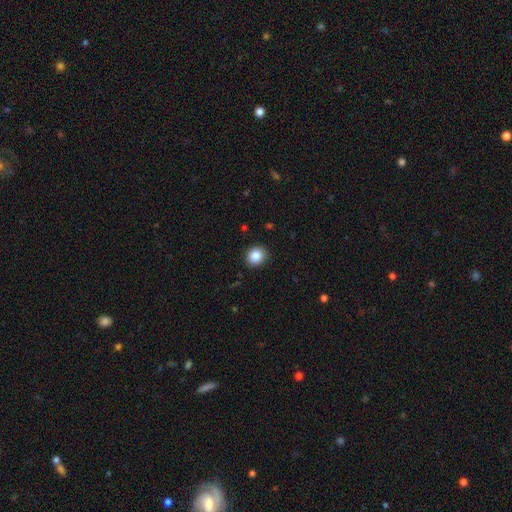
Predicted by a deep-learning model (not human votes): smooth_or_featured: smooth (p=0.86) [alt: star or artifact p=0.09]
how_rounded: round (p=0.76) [alt: in between p=0.23]
merging: none (p=0.91) [alt: minor disturbance p=0.06]